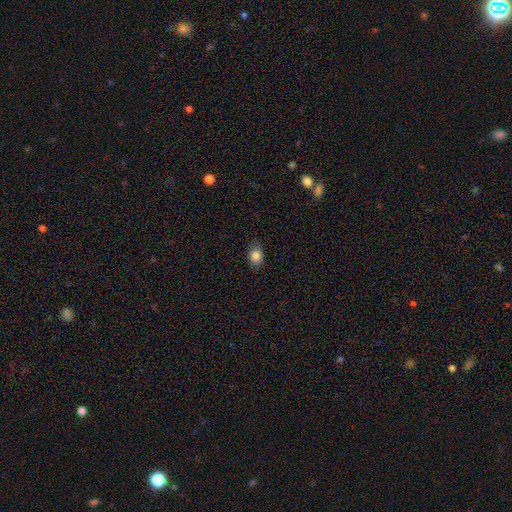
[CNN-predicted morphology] Smooth or featured: smooth — 84% (star or artifact — 10%)
How rounded: in between — 67% (round — 32%)
Merging: none — 78% (minor disturbance — 18%)